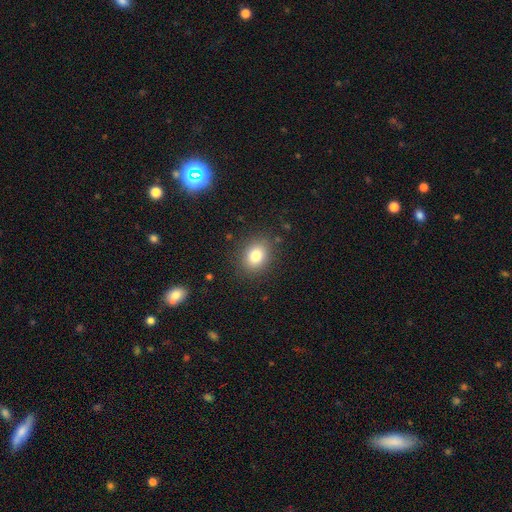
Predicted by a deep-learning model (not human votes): The model was most divided on "how rounded": in between: 50%, round: 49%, cigar-shaped: 1%. More confident: merging — none (86%); smooth or featured — smooth (80%).